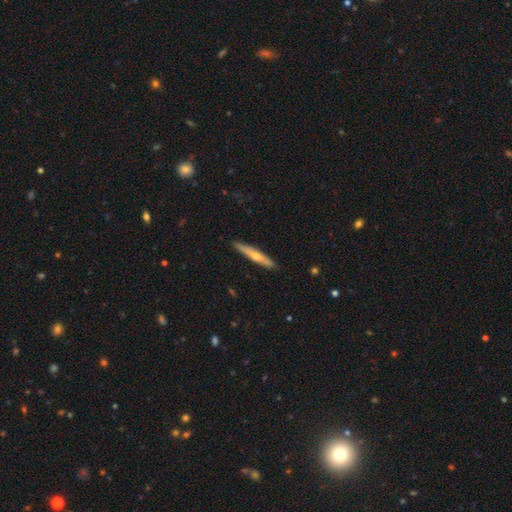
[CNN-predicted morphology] featured or disk 59%, smooth 35%, star or artifact 6%. Down the decision tree: edge-on disk — yes (95%); edge-on bulge — rounded (85%); merging — none (90%).